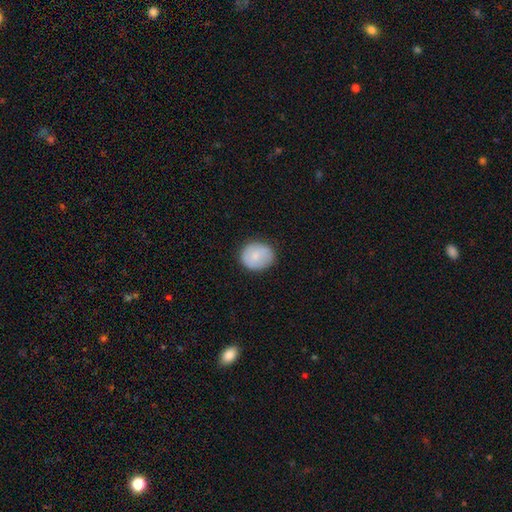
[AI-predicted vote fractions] Smooth or featured: smooth — 79% (featured or disk — 14%)
How rounded: round — 80% (in between — 19%)
Merging: none — 83% (minor disturbance — 13%)